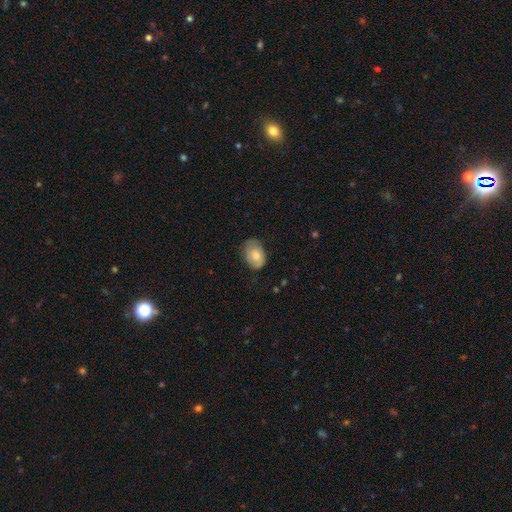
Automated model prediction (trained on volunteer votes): Smooth or featured? Predicted: smooth (p=0.72). How rounded? Predicted: in between (p=0.79). Merging? Predicted: none (p=0.62).